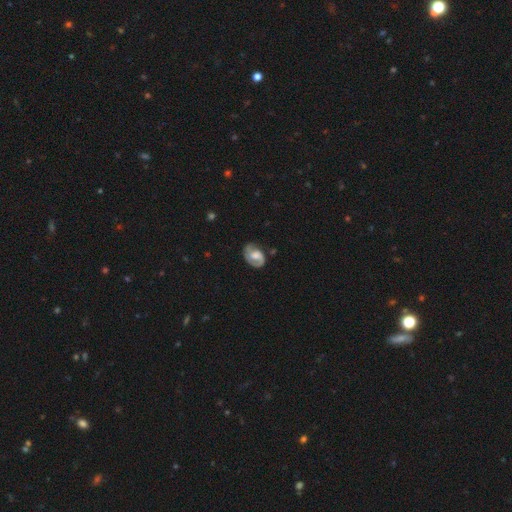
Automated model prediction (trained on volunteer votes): smooth-or-featured: featured or disk: 70% | smooth: 24% | star or artifact: 6%
  disk-edge-on: no: 97% | yes: 3%
    bar: no: 50% | weak: 40% | strong: 10%
    has-spiral-arms: yes: 89% | no: 11%
      spiral-winding: medium: 44% | tight: 37% | loose: 19%
      spiral-arm-count: 2: 69% | 1: 19% | can't tell: 9% | 3: 2% | 4: 1% | more than 4: 1%
    bulge-size: moderate: 39% | large: 31% | small: 15% | none: 12% | dominant: 3%
  merging: none: 65% | minor disturbance: 23% | major disturbance: 10% | merger: 2%